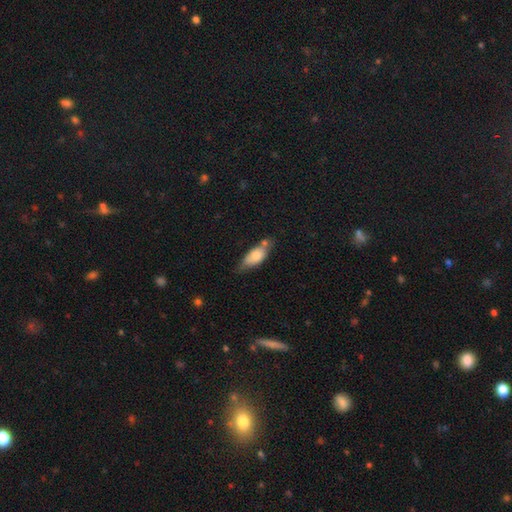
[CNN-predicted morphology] Smooth or featured? Predicted: smooth (p=0.70). How rounded? Predicted: in between (p=0.78). Merging? Predicted: none (p=0.51).